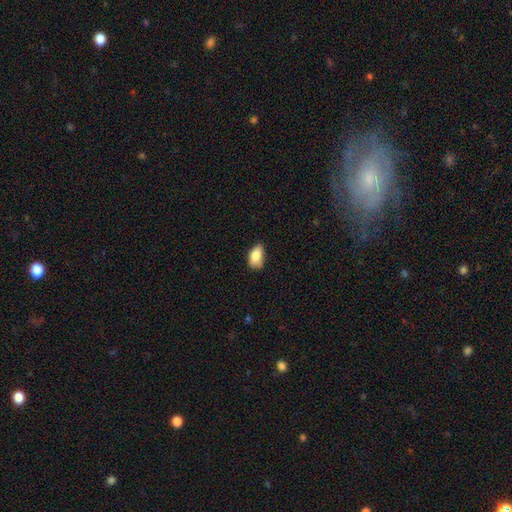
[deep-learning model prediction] The model was most divided on "merging": none: 60%, minor disturbance: 32%, major disturbance: 6%, merger: 2%. More confident: how rounded — in between (90%); smooth or featured — smooth (83%).